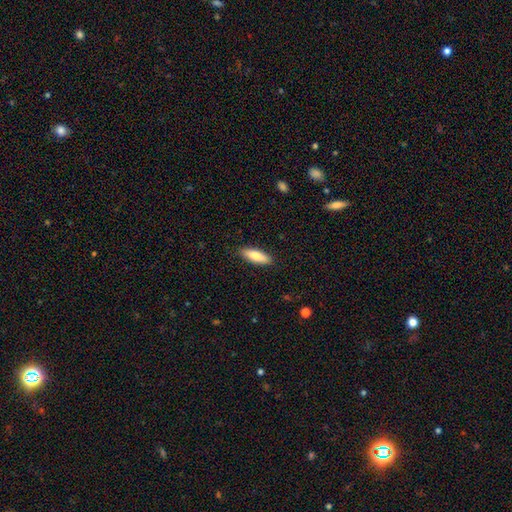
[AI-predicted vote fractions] A smooth galaxy with no disk features (79%) that is in between round and cigar-shaped (55%).

Vote fractions:
- Smooth or featured? smooth: 79% / featured or disk: 16% / star or artifact: 6%
- How rounded? in between: 55% / cigar-shaped: 43% / round: 2%
- Merging? none: 88% / minor disturbance: 9% / major disturbance: 2% / merger: 1%